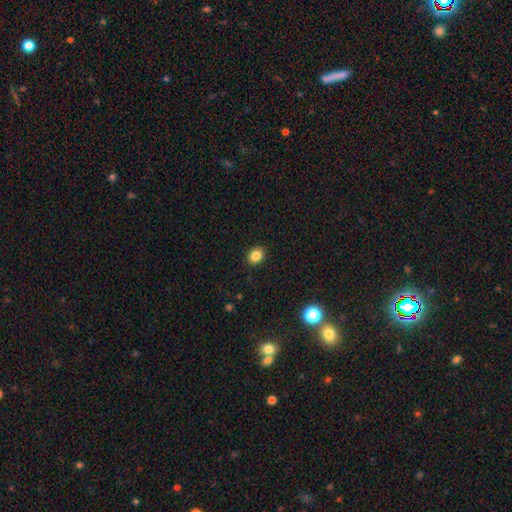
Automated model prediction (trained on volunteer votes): smooth_or_featured: smooth (p=0.85) [alt: star or artifact p=0.11]
how_rounded: round (p=0.56) [alt: in between p=0.43]
merging: none (p=0.90) [alt: minor disturbance p=0.07]